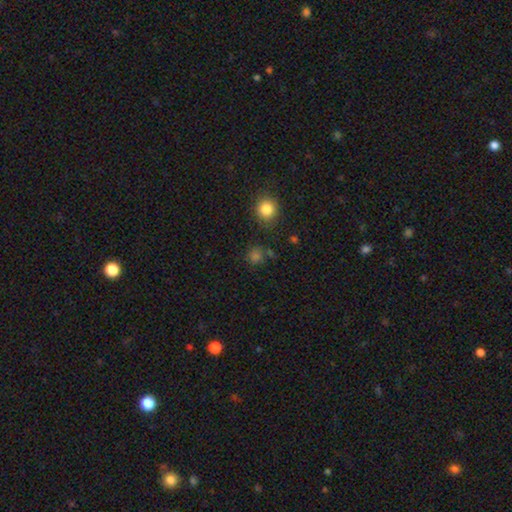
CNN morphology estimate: smooth 70%, star or artifact 25%, featured or disk 5%. Down the decision tree: how rounded — round (90%); merging — none (81%).